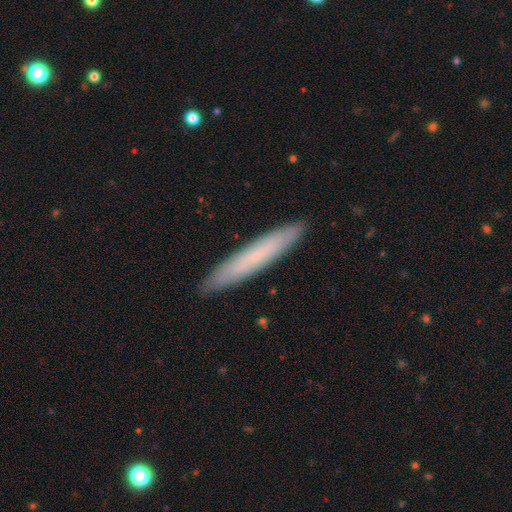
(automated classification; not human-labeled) Smooth or featured? smooth (63%)
How rounded? cigar-shaped (94%)
Merging? none (91%)